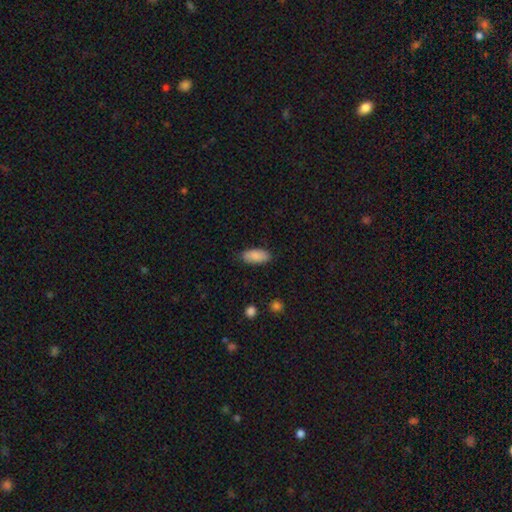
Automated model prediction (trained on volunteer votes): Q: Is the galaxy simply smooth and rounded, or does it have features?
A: smooth — 88%.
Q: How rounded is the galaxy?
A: in between — 89%.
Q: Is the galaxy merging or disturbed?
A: none — 83%.